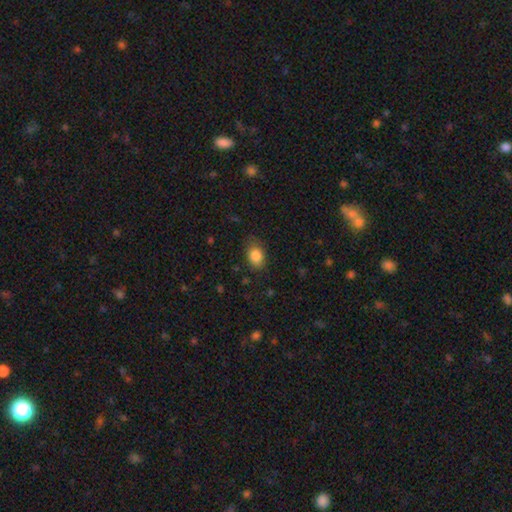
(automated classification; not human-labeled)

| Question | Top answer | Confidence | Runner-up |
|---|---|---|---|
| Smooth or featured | smooth | 85% | star or artifact (9%) |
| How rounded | in between | 74% | round (25%) |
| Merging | none | 78% | minor disturbance (17%) |